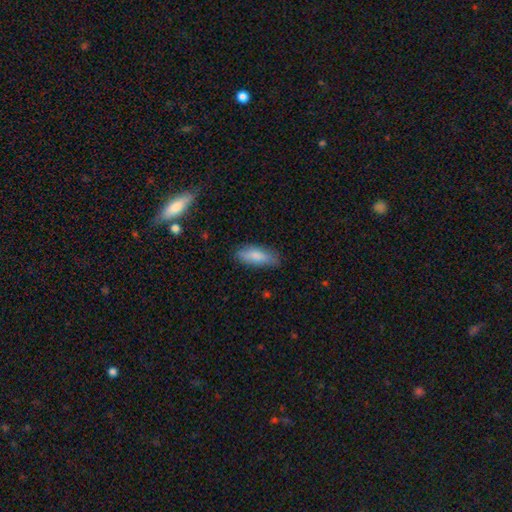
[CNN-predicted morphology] Smooth or featured? Predicted: smooth (p=0.82). How rounded? Predicted: in between (p=0.67). Merging? Predicted: none (p=0.79).